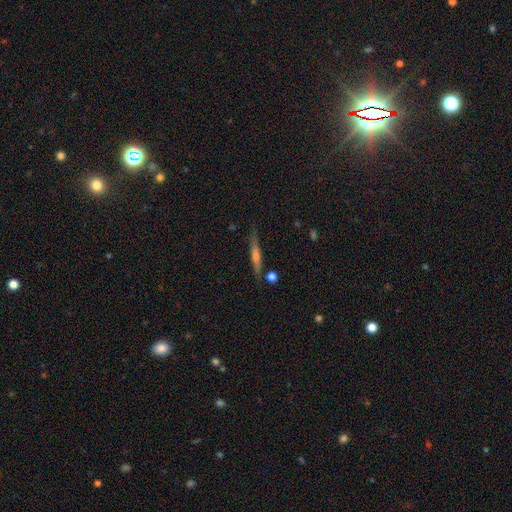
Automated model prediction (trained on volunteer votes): Smooth or featured?
  - featured or disk: 60% *
  - smooth: 27%
  - star or artifact: 13%
Edge-on disk?
  - yes: 94% *
  - no: 6%
Edge-on bulge?
  - rounded: 62% *
  - none: 25%
  - boxy: 13%
Merging?
  - none: 82% *
  - minor disturbance: 12%
  - merger: 3%
  - major disturbance: 3%